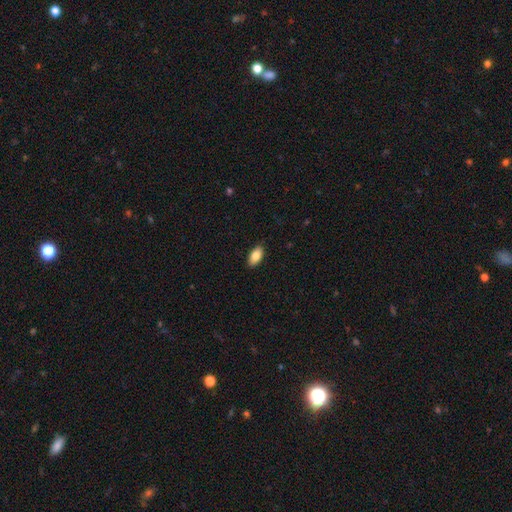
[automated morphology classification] Smooth or featured? smooth (85%)
How rounded? in between (92%)
Merging? none (89%)